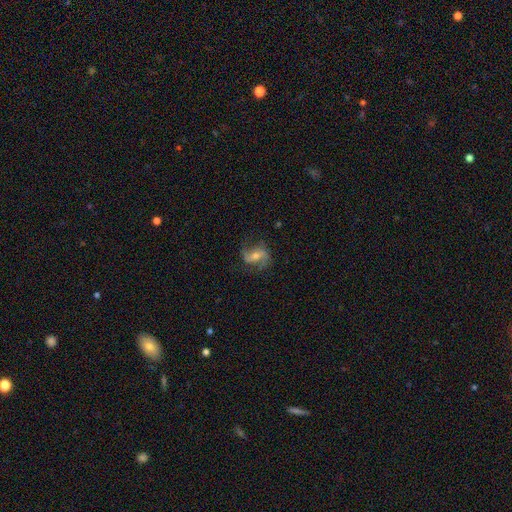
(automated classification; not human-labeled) smooth_or_featured: featured or disk (p=0.76) [alt: smooth p=0.16]
disk_edge_on: no (p=0.97) [alt: yes p=0.03]
bar: weak (p=0.40) [alt: no p=0.37]
has_spiral_arms: yes (p=0.93) [alt: no p=0.07]
spiral_winding: loose (p=0.49) [alt: medium p=0.40]
spiral_arm_count: 2 (p=0.87) [alt: can't tell p=0.05]
bulge_size: moderate (p=0.61) [alt: small p=0.31]
merging: none (p=0.70) [alt: minor disturbance p=0.18]